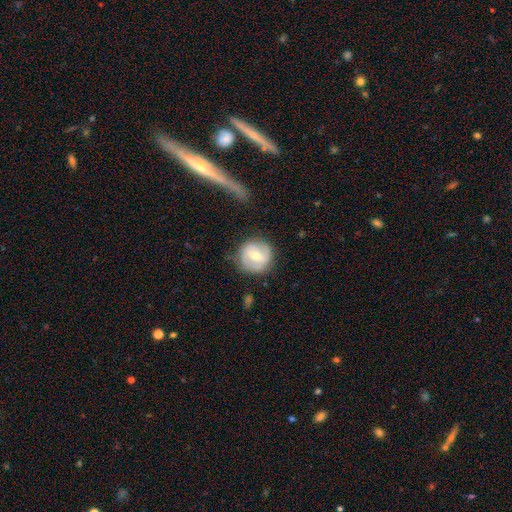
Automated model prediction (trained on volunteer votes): smooth_or_featured: featured or disk (p=0.53) [alt: smooth p=0.41]
disk_edge_on: no (p=0.95) [alt: yes p=0.05]
bar: weak (p=0.44) [alt: strong p=0.36]
has_spiral_arms: no (p=0.51) [alt: yes p=0.49]
bulge_size: moderate (p=0.60) [alt: small p=0.35]
merging: none (p=0.77) [alt: minor disturbance p=0.16]